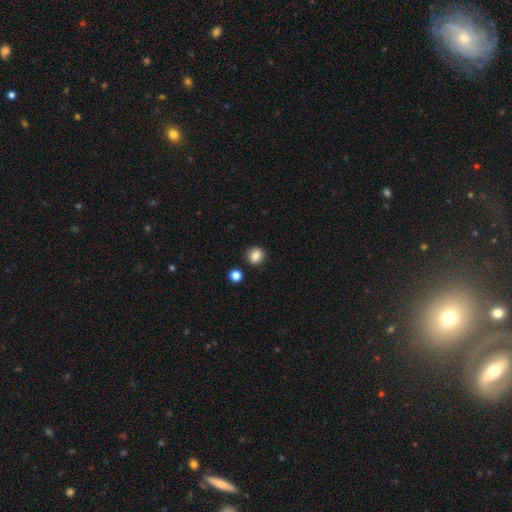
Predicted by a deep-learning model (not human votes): This appears to be a smooth galaxy with no disk features (85%) that is round (86%). Merging: none (89%).